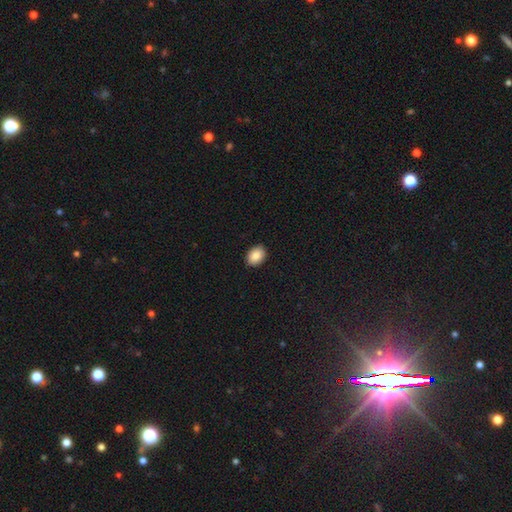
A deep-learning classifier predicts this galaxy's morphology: smooth_or_featured: smooth (p=0.88) [alt: star or artifact p=0.07]
how_rounded: in between (p=0.76) [alt: round p=0.23]
merging: none (p=0.91) [alt: minor disturbance p=0.07]